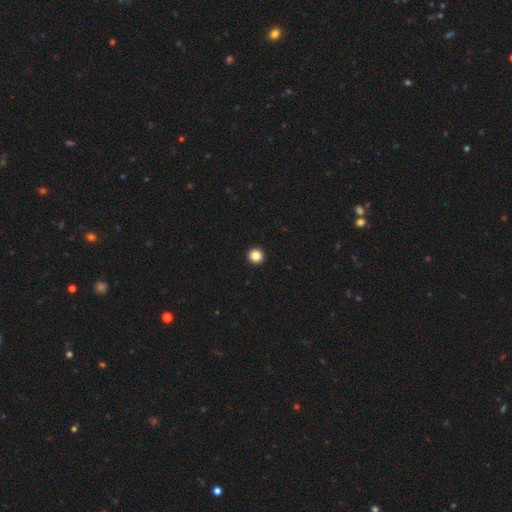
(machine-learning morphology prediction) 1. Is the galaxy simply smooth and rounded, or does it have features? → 85% smooth, 11% star or artifact, 4% featured or disk.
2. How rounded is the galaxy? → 96% round, 3% in between, 1% cigar-shaped.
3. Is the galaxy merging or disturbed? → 95% none, 3% minor disturbance, 1% major disturbance, 1% merger.